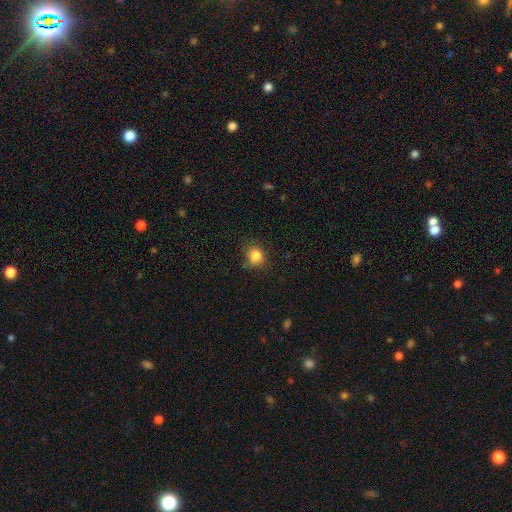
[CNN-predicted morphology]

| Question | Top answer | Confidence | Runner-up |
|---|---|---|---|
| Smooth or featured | smooth | 83% | star or artifact (11%) |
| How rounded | round | 74% | in between (25%) |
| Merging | none | 74% | minor disturbance (19%) |